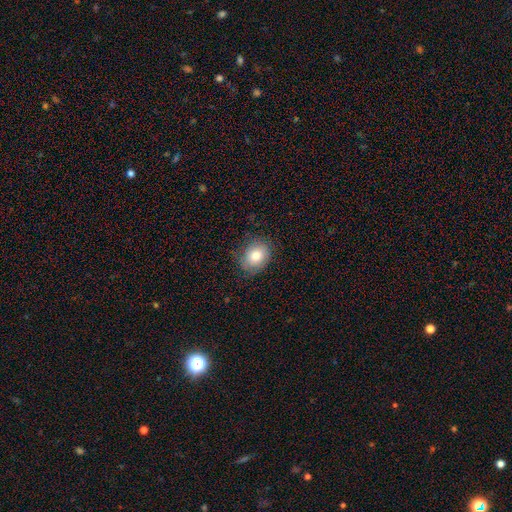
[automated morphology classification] A smooth galaxy with no disk features (79%) that is in between round and cigar-shaped (52%). Merging: none (77%).